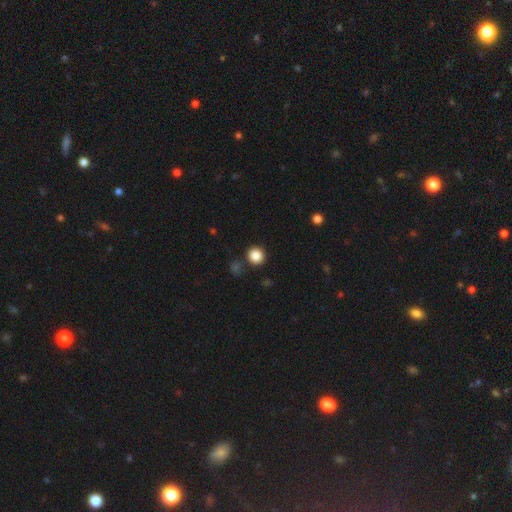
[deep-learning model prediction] Smooth or featured: smooth — 86% (star or artifact — 11%)
How rounded: round — 93% (in between — 6%)
Merging: none — 87% (minor disturbance — 6%)